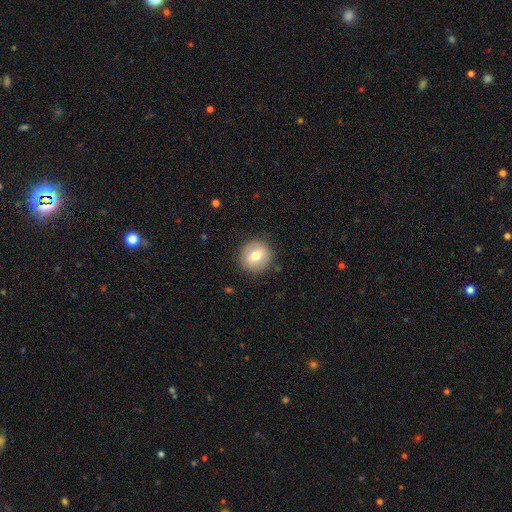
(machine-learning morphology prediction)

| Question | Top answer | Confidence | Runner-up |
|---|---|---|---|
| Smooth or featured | smooth | 69% | featured or disk (23%) |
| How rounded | round | 87% | in between (12%) |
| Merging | none | 88% | minor disturbance (9%) |